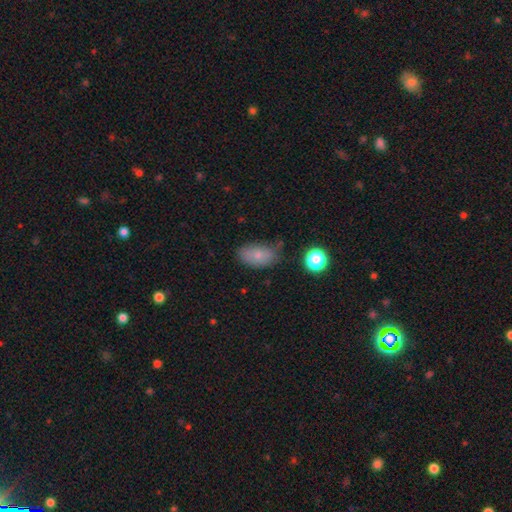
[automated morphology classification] A smooth galaxy with no disk features (76%) that is in between round and cigar-shaped (89%). Merging: none (65%).